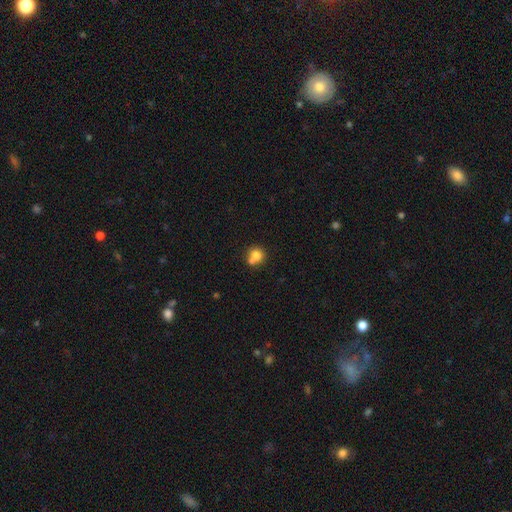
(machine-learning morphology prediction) Q: Smooth or featured?
A: smooth (77%); runner-up: featured or disk (13%)
Q: How rounded?
A: round (83%); runner-up: in between (16%)
Q: Merging?
A: none (44%); runner-up: merger (43%)